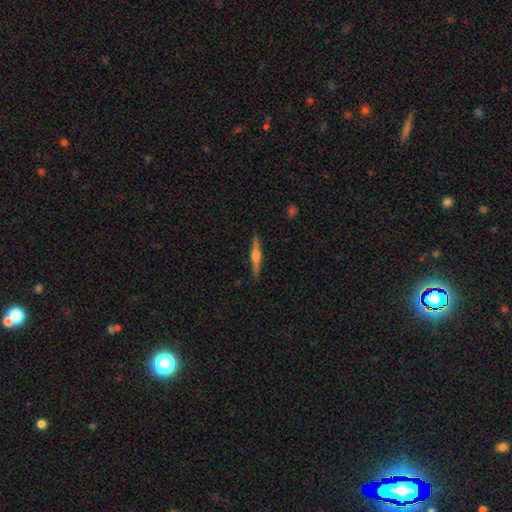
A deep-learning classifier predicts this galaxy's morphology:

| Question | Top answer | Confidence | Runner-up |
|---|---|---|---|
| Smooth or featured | featured or disk | 66% | smooth (27%) |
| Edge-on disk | yes | 98% | no (2%) |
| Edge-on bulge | rounded | 85% | boxy (11%) |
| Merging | none | 90% | minor disturbance (8%) |